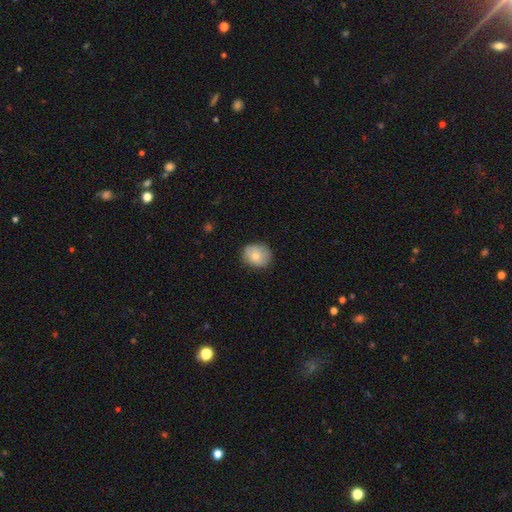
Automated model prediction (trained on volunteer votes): Overall: smooth (73%). How rounded: round (69%; in between 30%). Merging: none (76%).